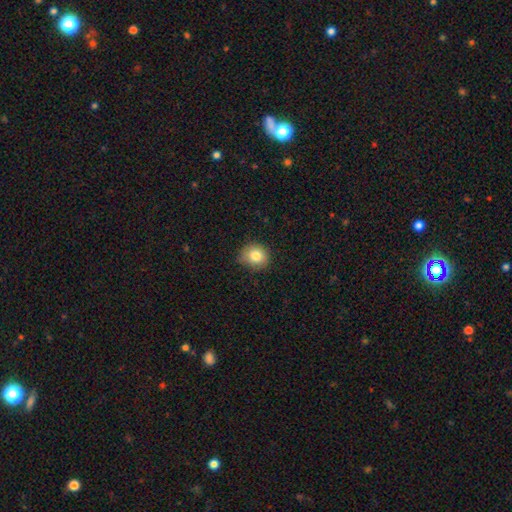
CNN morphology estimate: The model was most divided on "merging": none: 73%, minor disturbance: 22%, major disturbance: 4%, merger: 1%. More confident: smooth or featured — smooth (82%); how rounded — round (80%).